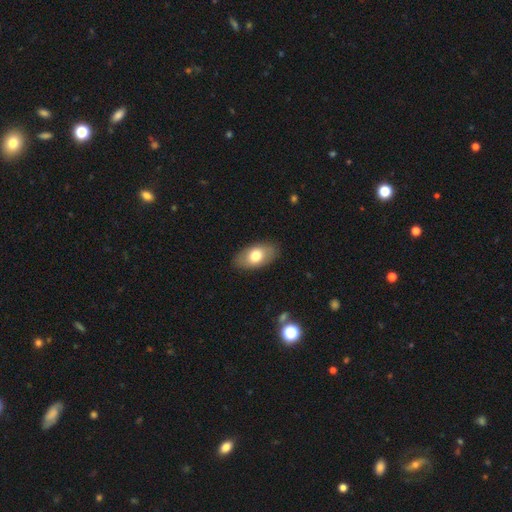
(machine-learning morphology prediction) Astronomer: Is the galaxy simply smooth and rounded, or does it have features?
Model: smooth — 71%.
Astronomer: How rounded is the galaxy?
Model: in between — 93%.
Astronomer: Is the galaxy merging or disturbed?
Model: none — 87%.